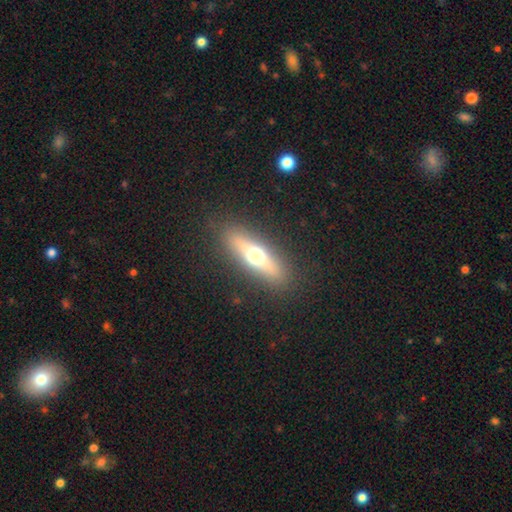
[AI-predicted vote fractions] Smooth or featured? featured or disk (51%)
Edge-on disk? yes (87%)
Merging? none (88%)